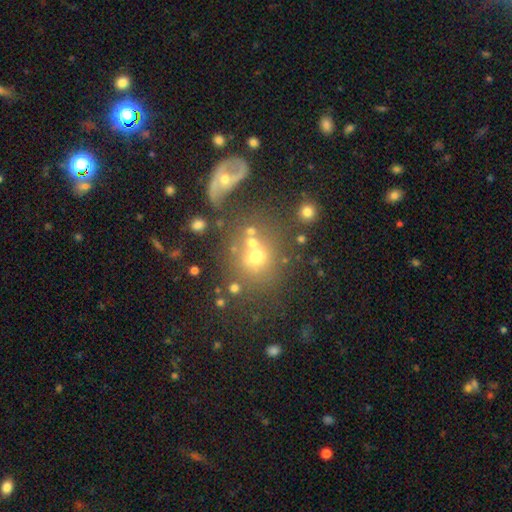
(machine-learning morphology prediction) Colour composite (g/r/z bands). It shows a smooth galaxy with no disk features (55%) that is round (68%). Merging: none (47%).